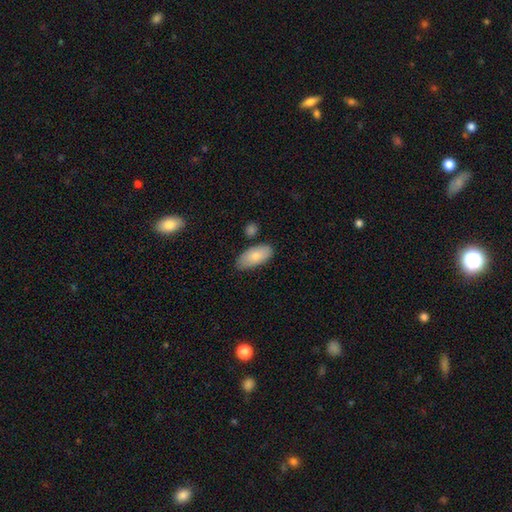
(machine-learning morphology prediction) Q: Smooth or featured?
A: smooth (79%); runner-up: featured or disk (15%)
Q: How rounded?
A: in between (92%); runner-up: cigar-shaped (5%)
Q: Merging?
A: none (76%); runner-up: minor disturbance (16%)